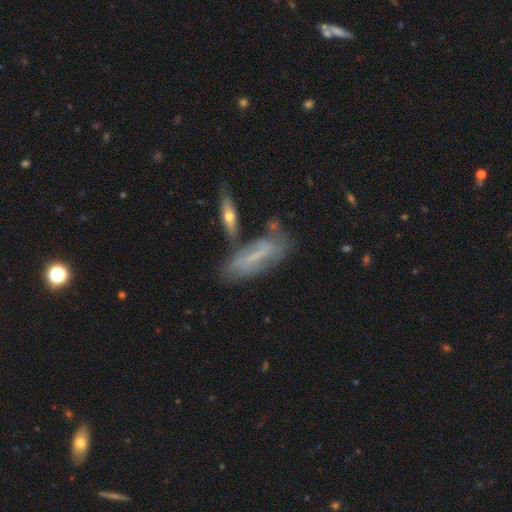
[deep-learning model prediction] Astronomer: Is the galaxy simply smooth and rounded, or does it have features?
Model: featured or disk — 51% (runner-up: smooth, 40%).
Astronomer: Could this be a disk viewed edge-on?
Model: no — 62% (runner-up: yes, 38%).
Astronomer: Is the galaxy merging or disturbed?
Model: none — 55%.